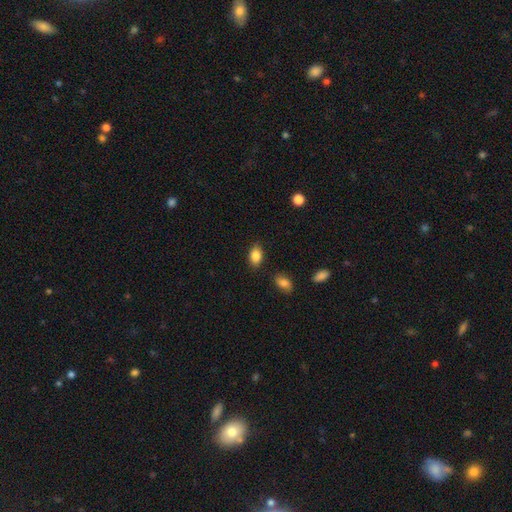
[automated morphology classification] A smooth galaxy with no disk features (87%) that is in between round and cigar-shaped (85%).

Vote fractions:
- Smooth or featured? smooth: 87% / star or artifact: 8% / featured or disk: 5%
- How rounded? in between: 85% / round: 13% / cigar-shaped: 2%
- Merging? none: 84% / minor disturbance: 11% / major disturbance: 3% / merger: 2%